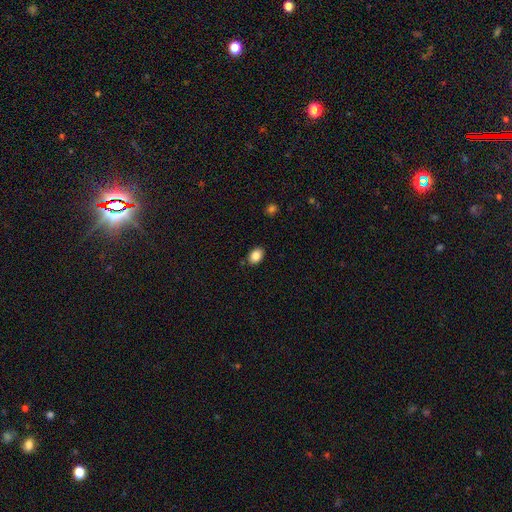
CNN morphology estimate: Smooth or featured: smooth — 86% (star or artifact — 8%)
How rounded: in between — 80% (round — 19%)
Merging: none — 86% (minor disturbance — 10%)